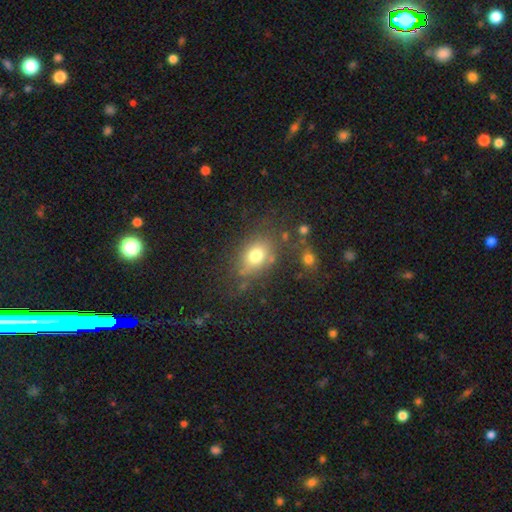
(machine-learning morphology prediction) smooth 74%, featured or disk 14%, star or artifact 12%. Down the decision tree: how rounded — in between (62%); merging — none (69%).